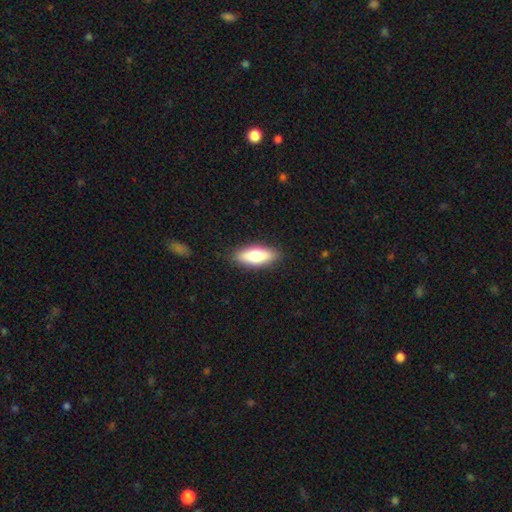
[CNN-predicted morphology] Smooth or featured? smooth (69%)
How rounded? in between (66%)
Merging? none (88%)